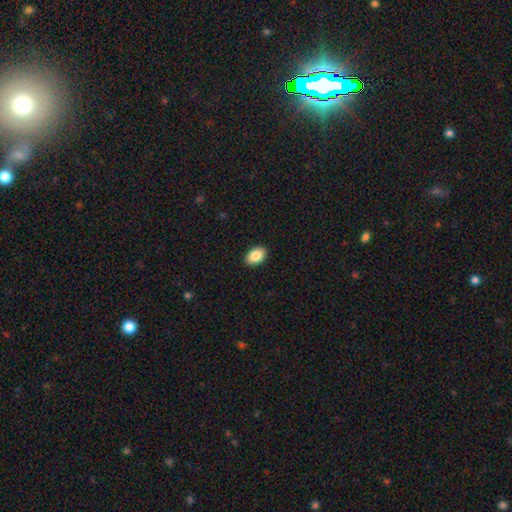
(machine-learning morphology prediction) smooth_or_featured: smooth (p=0.86) [alt: star or artifact p=0.07]
how_rounded: in between (p=0.90) [alt: round p=0.09]
merging: none (p=0.91) [alt: minor disturbance p=0.06]